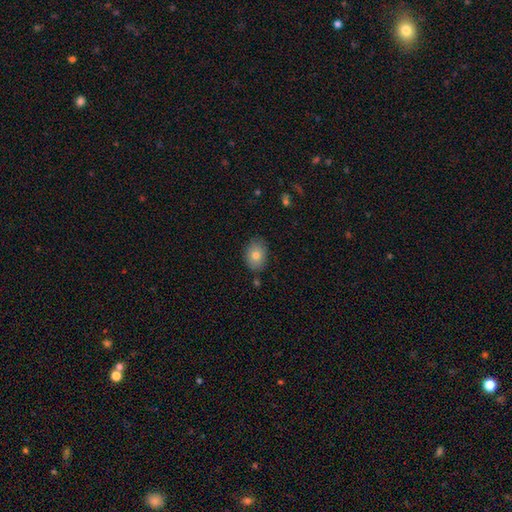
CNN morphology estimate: Smooth or featured: smooth — 79% (featured or disk — 13%)
How rounded: in between — 70% (round — 29%)
Merging: none — 82% (minor disturbance — 13%)